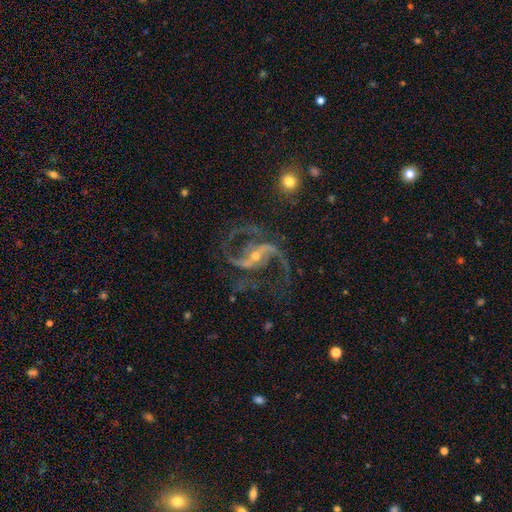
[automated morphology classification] featured or disk 92%, star or artifact 6%, smooth 3%. Down the decision tree: edge-on disk — no (97%); bar — strong (45%); spiral arms — yes (98%); spiral arm count — 2 (89%); spiral winding — loose (49%); bulge size — small (59%); merging — none (65%).